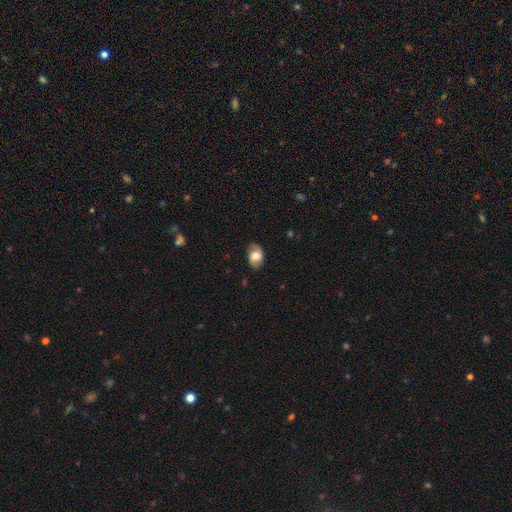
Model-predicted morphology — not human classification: This appears to be a smooth galaxy with no disk features (56%) that is in between round and cigar-shaped (82%). Merging: none (79%).